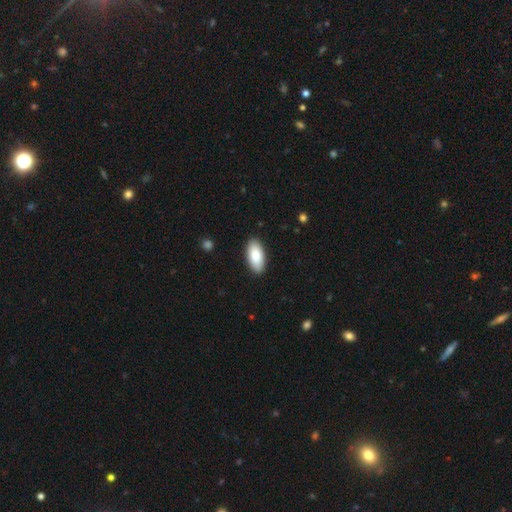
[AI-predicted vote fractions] Q: Smooth or featured?
A: smooth (84%); runner-up: featured or disk (11%)
Q: How rounded?
A: in between (92%); runner-up: cigar-shaped (6%)
Q: Merging?
A: none (90%); runner-up: minor disturbance (8%)